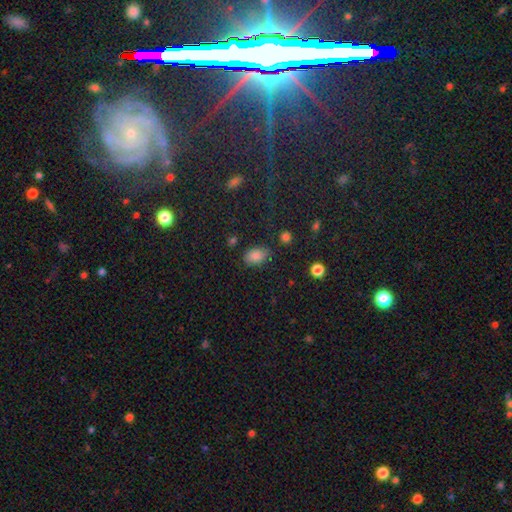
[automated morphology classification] smooth_or_featured: smooth (p=0.82) [alt: star or artifact p=0.11]
how_rounded: in between (p=0.86) [alt: round p=0.13]
merging: none (p=0.76) [alt: minor disturbance p=0.17]